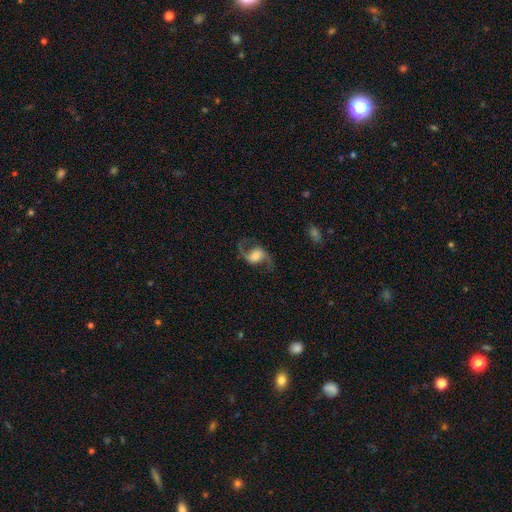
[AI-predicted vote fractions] A featured or disk galaxy (83%) with a weak bar (44%), 2 (93%) loose (63%) spiral arms (95%) and a large central bulge (41%).

Vote fractions:
- Smooth or featured? featured or disk: 83% / smooth: 10% / star or artifact: 7%
- Edge-on disk? no: 97% / yes: 3%
- Bar? weak: 44% / no: 35% / strong: 21%
- Spiral arms? yes: 95% / no: 5%
- Spiral winding? loose: 63% / medium: 32% / tight: 5%
- Spiral arm count? 2: 93% / 1: 2% / can't tell: 2% / 3: 1% / 4: 1% / more than 4: 1%
- Bulge size? large: 41% / moderate: 24% / none: 13% / small: 12% / dominant: 10%
- Merging? none: 75% / minor disturbance: 13% / major disturbance: 11% / merger: 2%